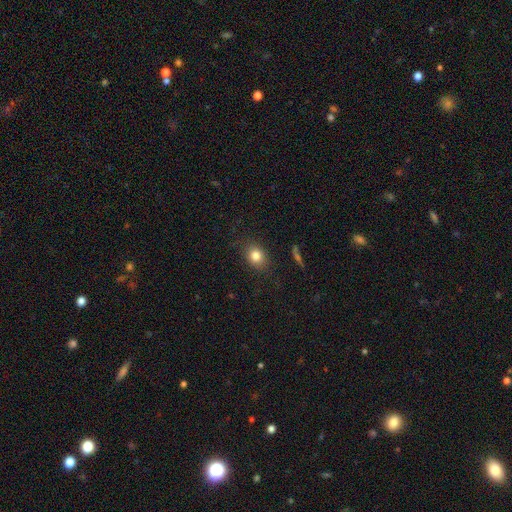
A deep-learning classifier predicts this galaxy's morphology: smooth-or-featured: smooth: 81% | star or artifact: 11% | featured or disk: 8%
  how-rounded: round: 54% | in between: 45% | cigar-shaped: 1%
  merging: none: 83% | minor disturbance: 12% | major disturbance: 3% | merger: 1%